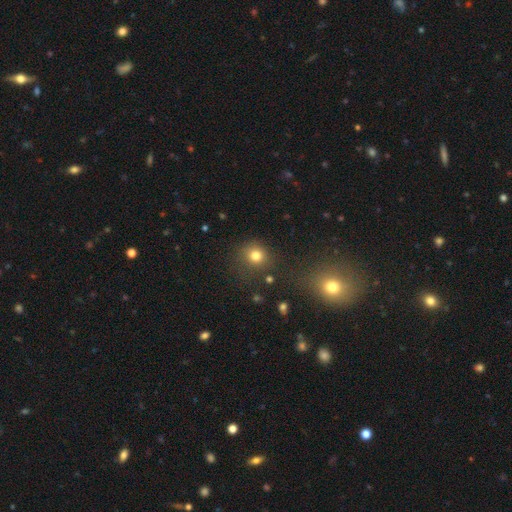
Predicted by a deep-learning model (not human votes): A smooth galaxy with no disk features (78%) that is round (86%). Merging: none (74%).